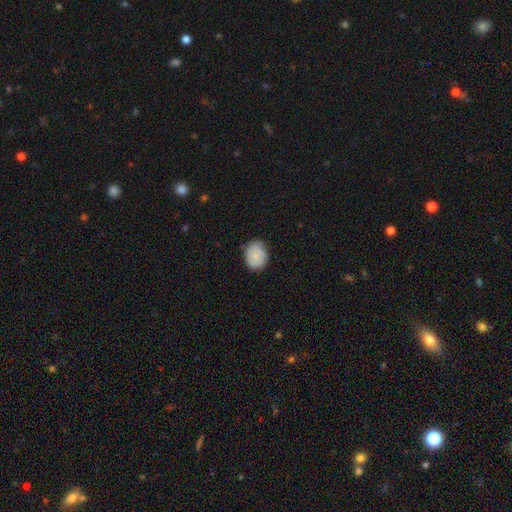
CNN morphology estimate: Smooth or featured? smooth (82%)
How rounded? round (54%)
Merging? none (74%)